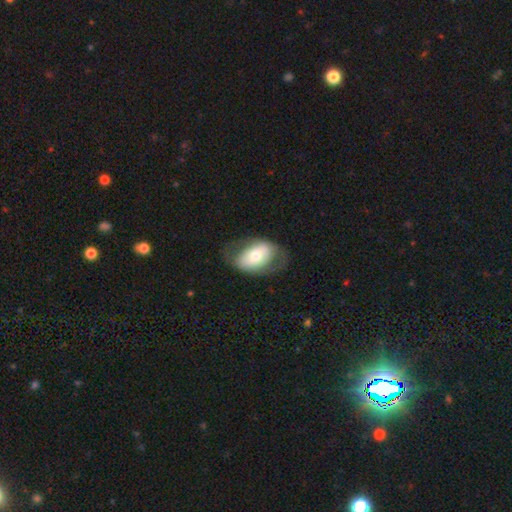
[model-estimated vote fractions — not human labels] A smooth galaxy with no disk features (53%) that is in between round and cigar-shaped (86%). Merging: none (63%).